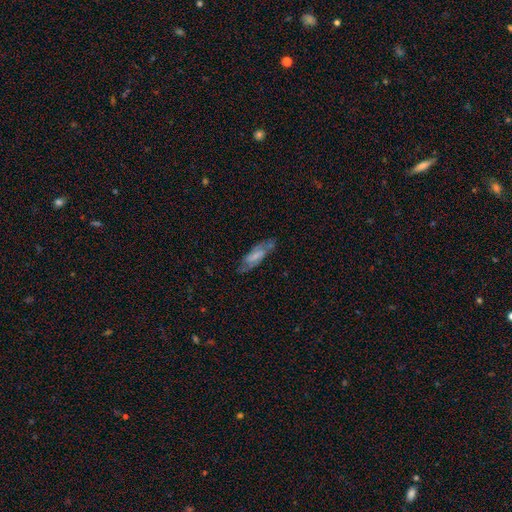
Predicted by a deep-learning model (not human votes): The model was most divided on "smooth or featured": featured or disk: 56%, smooth: 37%, star or artifact: 7%. More confident: edge-on disk — no (80%); merging — none (70%).